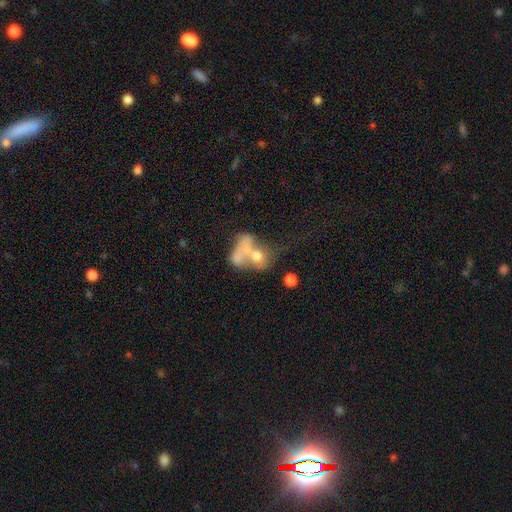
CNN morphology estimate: Smooth or featured? smooth (45%)
Merging? merger (65%)